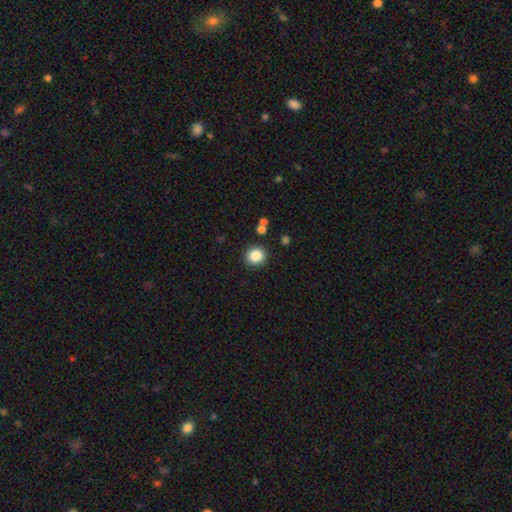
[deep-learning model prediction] Smooth or featured? Predicted: smooth (p=0.86). How rounded? Predicted: round (p=0.89). Merging? Predicted: none (p=0.88).